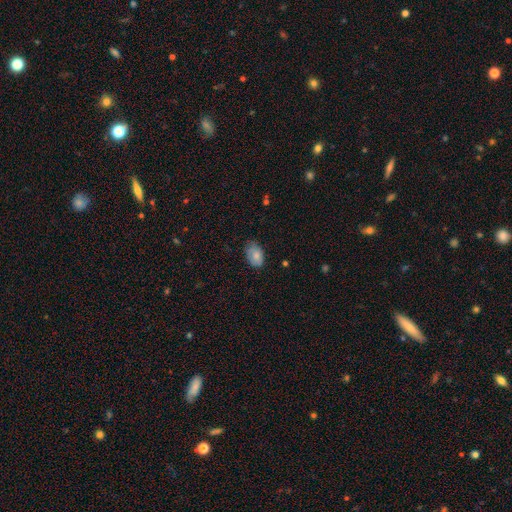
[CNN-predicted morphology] Smooth or featured? Predicted: smooth (p=0.81). How rounded? Predicted: in between (p=0.89). Merging? Predicted: none (p=0.70).